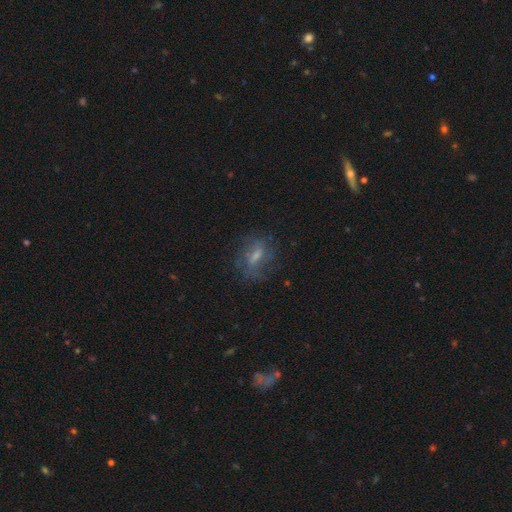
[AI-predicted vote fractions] Q: Smooth or featured?
A: featured or disk (47%); runner-up: smooth (36%)
Q: Merging?
A: none (69%); runner-up: minor disturbance (18%)